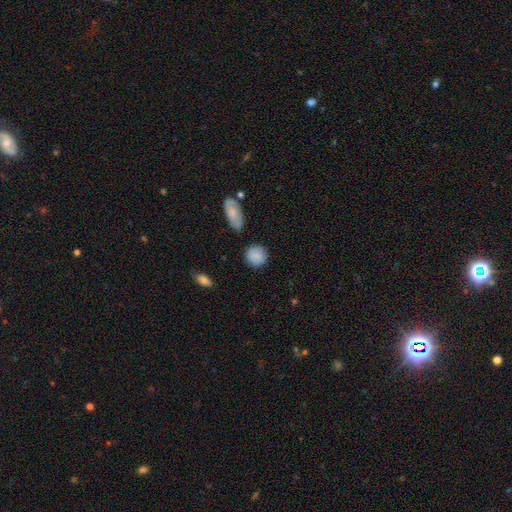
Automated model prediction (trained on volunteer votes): Smooth or featured?
  - smooth: 87% *
  - star or artifact: 8%
  - featured or disk: 6%
How rounded?
  - round: 87% *
  - in between: 11%
  - cigar-shaped: 1%
Merging?
  - none: 83% *
  - minor disturbance: 10%
  - merger: 3%
  - major disturbance: 3%